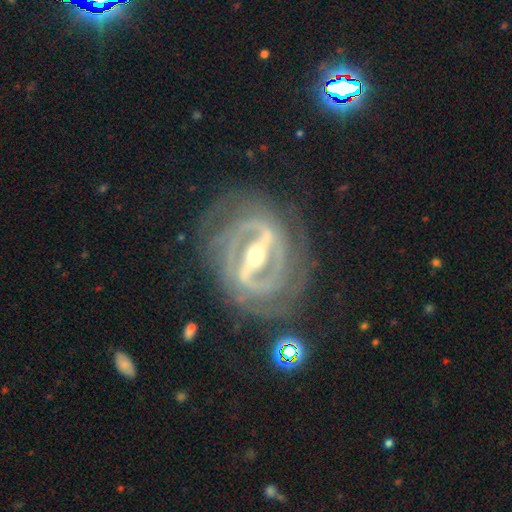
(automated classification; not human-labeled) Smooth or featured?
  - featured or disk: 92% *
  - star or artifact: 5%
  - smooth: 4%
Edge-on disk?
  - no: 92% *
  - yes: 8%
Bar?
  - strong: 85% *
  - weak: 11%
  - no: 4%
Spiral arms?
  - yes: 94% *
  - no: 6%
Spiral winding?
  - tight: 64% *
  - medium: 28%
  - loose: 7%
Spiral arm count?
  - 2: 49% *
  - 3: 17%
  - can't tell: 16%
  - 4: 9%
  - more than 4: 5%
  - 1: 5%
Bulge size?
  - moderate: 62% *
  - small: 31%
  - large: 5%
  - dominant: 1%
  - none: 1%
Merging?
  - none: 76% *
  - minor disturbance: 14%
  - major disturbance: 8%
  - merger: 2%